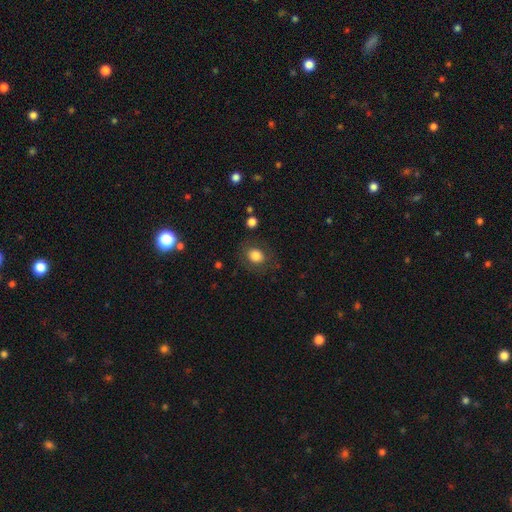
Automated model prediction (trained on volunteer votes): smooth 79%, featured or disk 11%, star or artifact 10%. Down the decision tree: how rounded — round (61%); merging — none (78%).